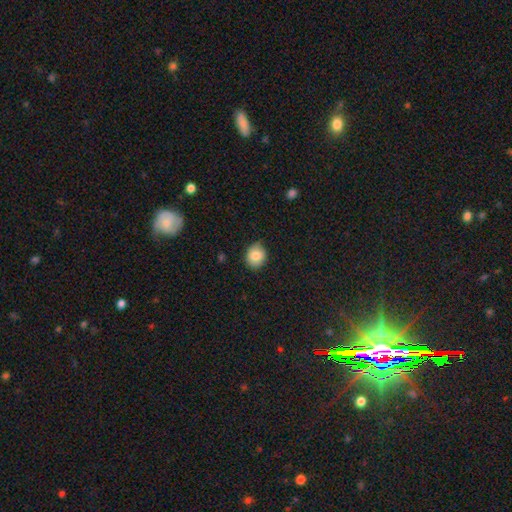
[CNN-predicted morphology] A smooth galaxy with no disk features (84%) that is round (69%). Merging: none (78%).